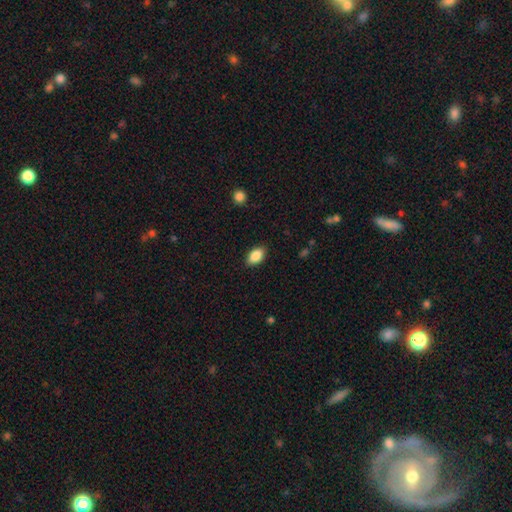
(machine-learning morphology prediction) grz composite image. It shows a smooth galaxy with no disk features (88%) that is in between round and cigar-shaped (91%). Merging: none (87%).